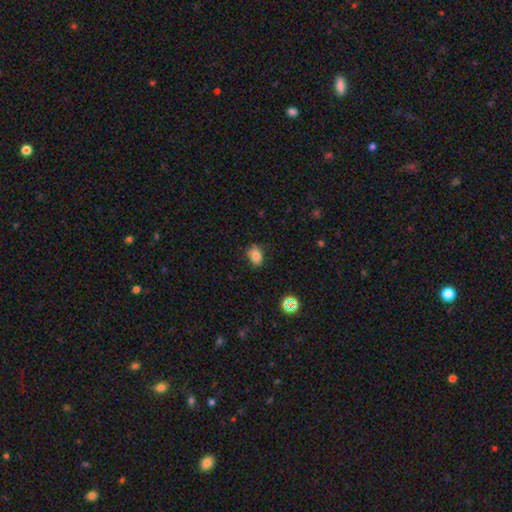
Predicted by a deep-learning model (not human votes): smooth 80%, star or artifact 12%, featured or disk 8%. Down the decision tree: how rounded — in between (67%); merging — none (79%).